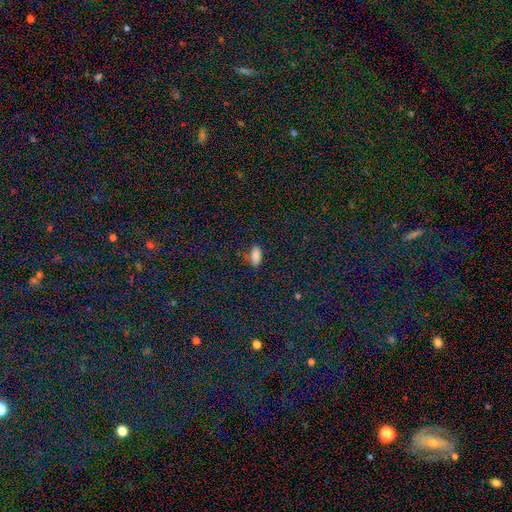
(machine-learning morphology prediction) Smooth or featured? Predicted: smooth (p=0.83). How rounded? Predicted: in between (p=0.92). Merging? Predicted: none (p=0.82).